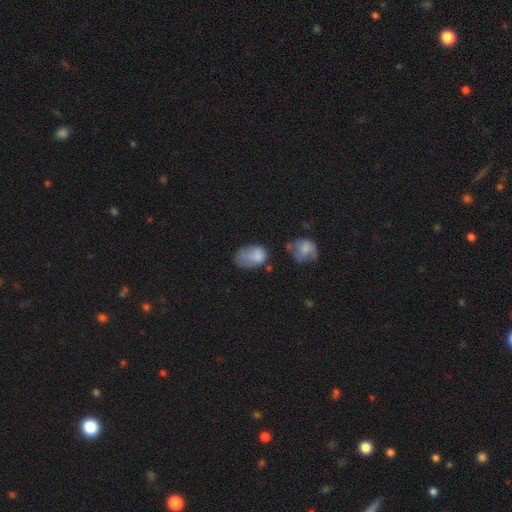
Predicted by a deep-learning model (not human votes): smooth-or-featured: smooth: 70% | featured or disk: 21% | star or artifact: 10%
  how-rounded: in between: 79% | round: 20% | cigar-shaped: 1%
  merging: major disturbance: 31% (tied) | minor disturbance: 31% (tied) | none: 28% | merger: 10%